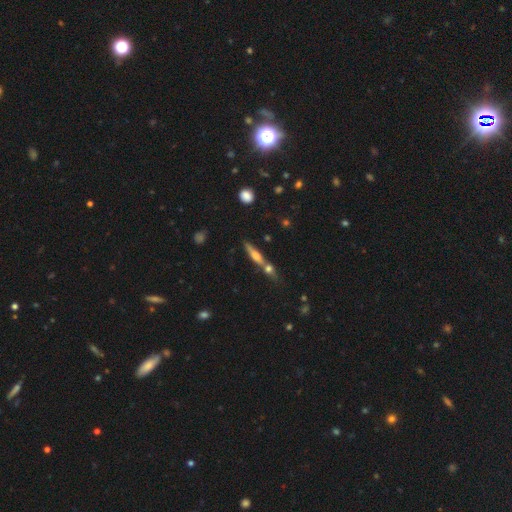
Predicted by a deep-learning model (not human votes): featured or disk 46%, smooth 45%, star or artifact 10%. Down the decision tree: merging — none (51%).